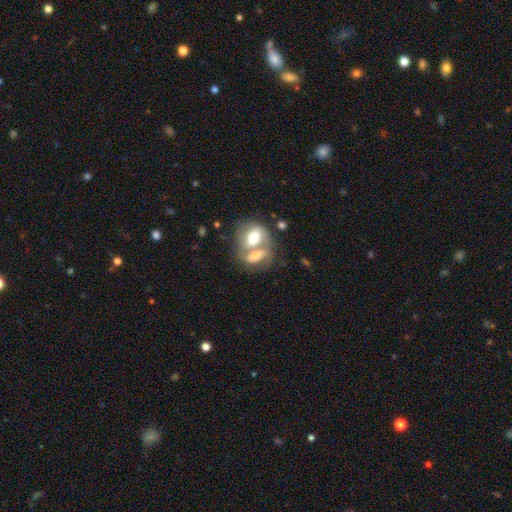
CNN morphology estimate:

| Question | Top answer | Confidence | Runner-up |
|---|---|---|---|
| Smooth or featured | smooth | 55% | featured or disk (38%) |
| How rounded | in between | 76% | round (19%) |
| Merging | merger | 73% | none (16%) |